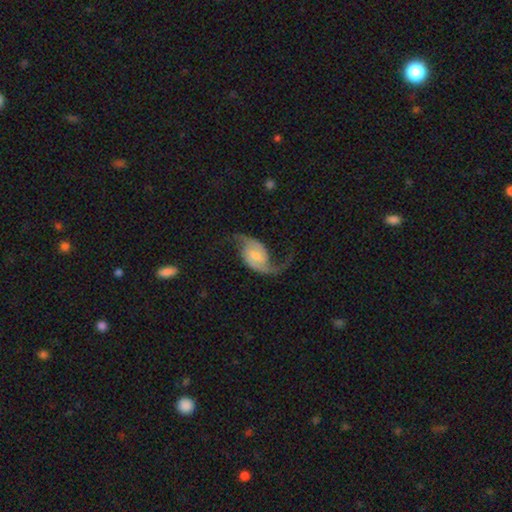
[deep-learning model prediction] smooth-or-featured: featured or disk: 89% | smooth: 7% | star or artifact: 5%
  disk-edge-on: no: 98% | yes: 2%
    bar: no: 47% | weak: 43% | strong: 9%
    has-spiral-arms: yes: 97% | no: 3%
      spiral-winding: loose: 70% | medium: 24% | tight: 6%
      spiral-arm-count: 2: 92% | 1: 3% | can't tell: 2% | 3: 1% | 4: 1% | more than 4: 1%
    bulge-size: moderate: 41% | small: 36% | none: 13% | large: 9% | dominant: 2%
  merging: none: 66% | minor disturbance: 16% | major disturbance: 16% | merger: 2%